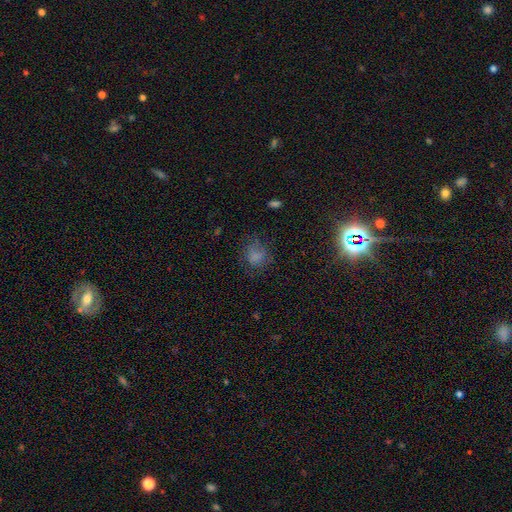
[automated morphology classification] This is likely a smooth galaxy (76%). How rounded: likely round (73%). Merging: likely none (65%).